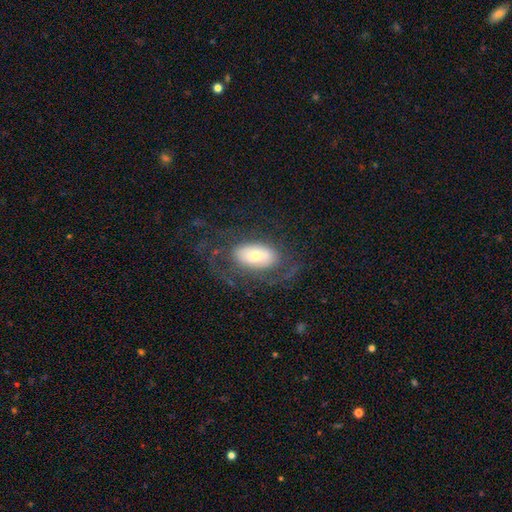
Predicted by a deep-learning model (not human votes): featured or disk 57%, smooth 35%, star or artifact 7%. Down the decision tree: edge-on disk — no (91%); bar — no (61%); spiral arms — yes (70%); bulge size — small (41%); merging — none (55%).